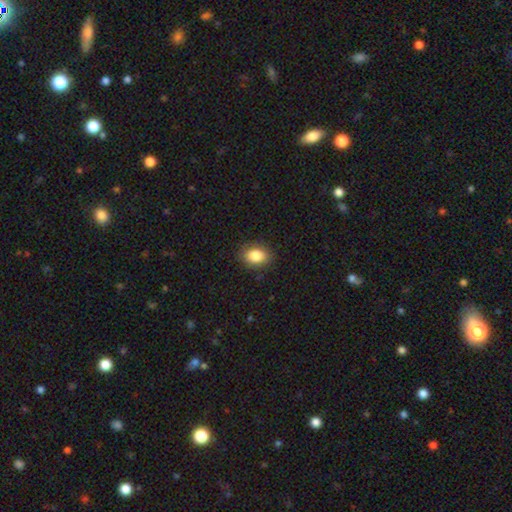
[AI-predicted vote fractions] smooth_or_featured: smooth (p=0.85) [alt: star or artifact p=0.09]
how_rounded: in between (p=0.72) [alt: round p=0.26]
merging: none (p=0.88) [alt: minor disturbance p=0.09]